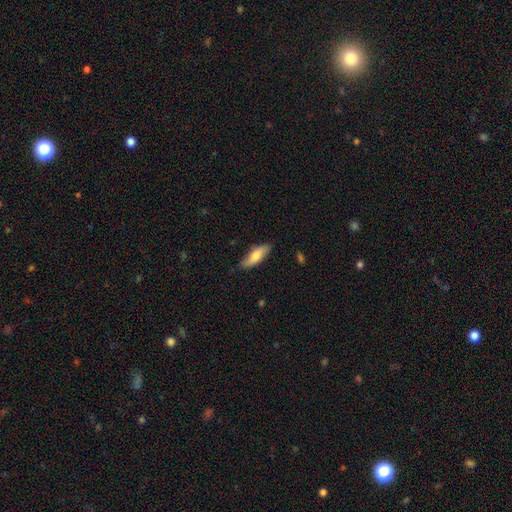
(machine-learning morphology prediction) Q: Smooth or featured?
A: smooth (72%); runner-up: featured or disk (22%)
Q: How rounded?
A: in between (53%); runner-up: cigar-shaped (45%)
Q: Merging?
A: none (80%); runner-up: minor disturbance (16%)